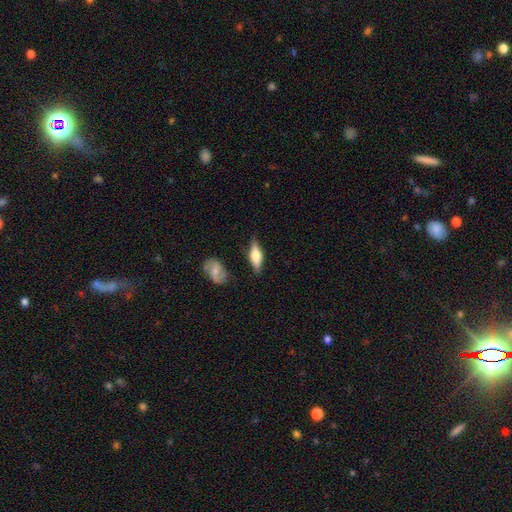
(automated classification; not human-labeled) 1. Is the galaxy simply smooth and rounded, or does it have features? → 55% smooth, 39% featured or disk, 6% star or artifact.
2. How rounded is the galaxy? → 56% in between, 41% cigar-shaped, 3% round.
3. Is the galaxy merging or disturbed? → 77% none, 16% minor disturbance, 4% major disturbance, 3% merger.